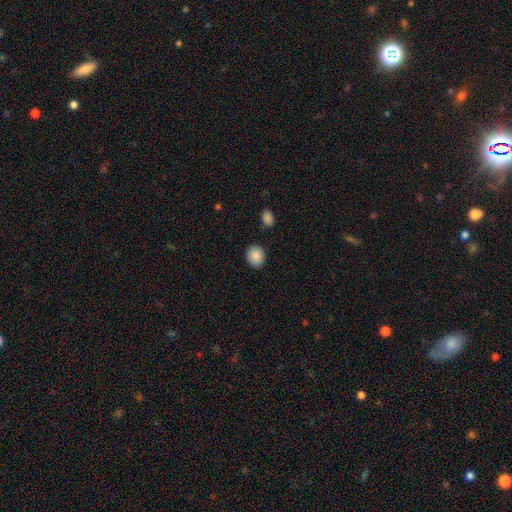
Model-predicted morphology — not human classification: smooth 88%, star or artifact 8%, featured or disk 4%. Down the decision tree: how rounded — round (57%); merging — none (86%).